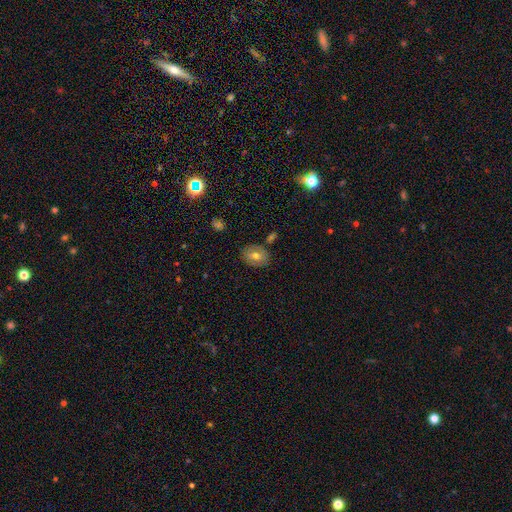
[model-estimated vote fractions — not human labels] Overall: smooth (65%; featured or disk 26%). How rounded: in between (61%; round 38%). Merging: none (77%).